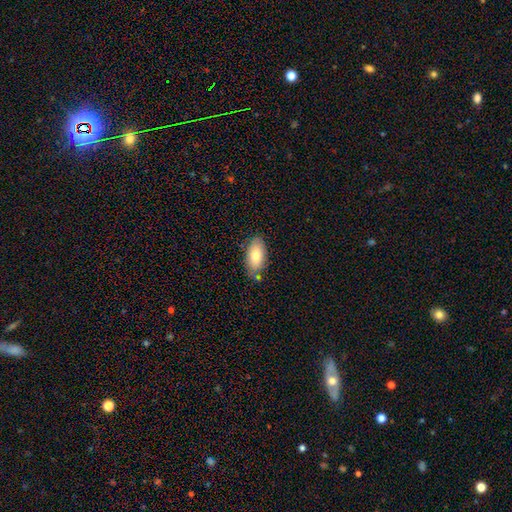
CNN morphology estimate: A smooth galaxy with no disk features (78%) that is in between round and cigar-shaped (92%). Merging: none (73%).